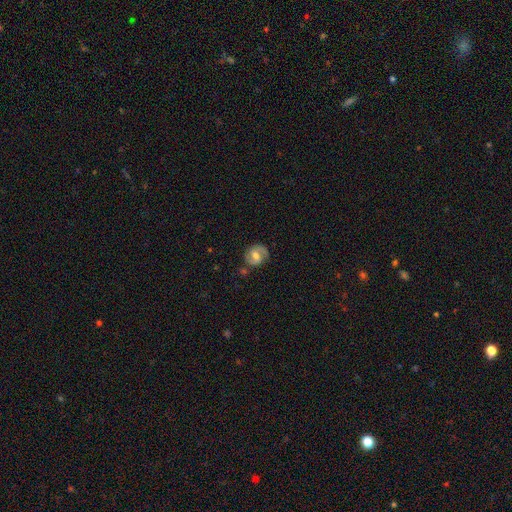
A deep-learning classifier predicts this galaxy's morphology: Smooth or featured? featured or disk (72%)
Edge-on disk? no (97%)
Bar? weak (51%)
Spiral arms? yes (90%)
Spiral winding? medium (51%)
Spiral arm count? 2 (86%)
Bulge size? moderate (64%)
Merging? none (77%)